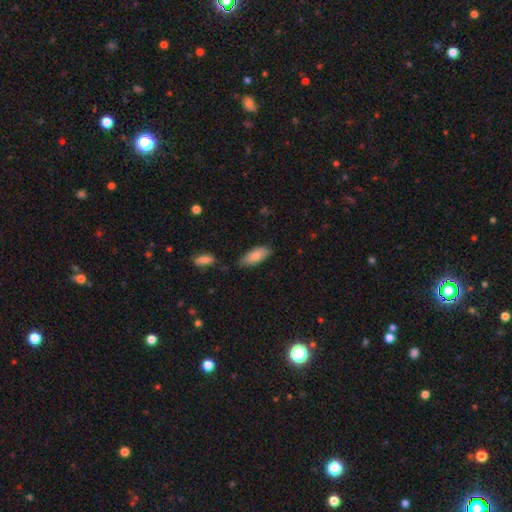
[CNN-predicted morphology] A smooth galaxy with no disk features (83%) that is in between round and cigar-shaped (80%). Merging: none (71%).